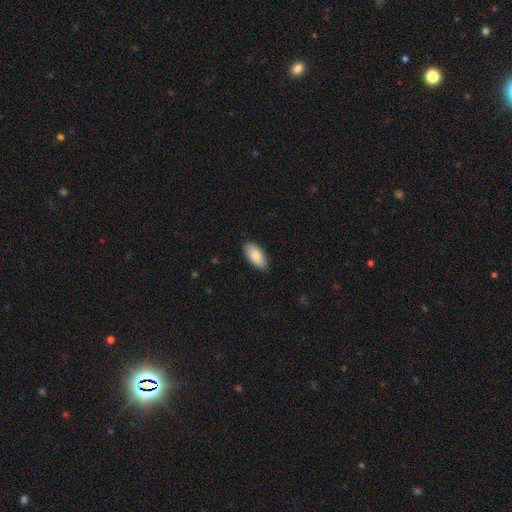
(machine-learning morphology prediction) A smooth galaxy with no disk features (82%) that is in between round and cigar-shaped (92%). Merging: none (83%).